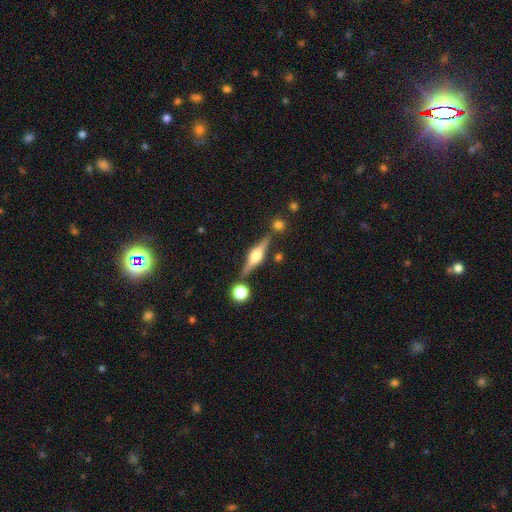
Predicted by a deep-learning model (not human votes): This appears to be a featured or disk galaxy (78%) viewed edge-on (97%) with a rounded central bulge (92%). Merging: none (82%).